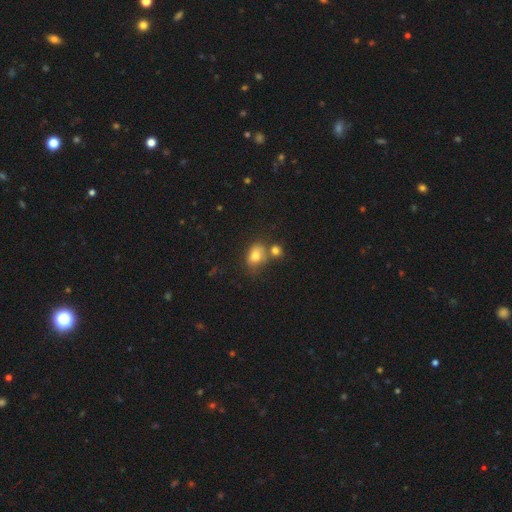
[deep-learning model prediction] Morphology: type=smooth (76%); roundness=in between (65%); merging=none (47%).